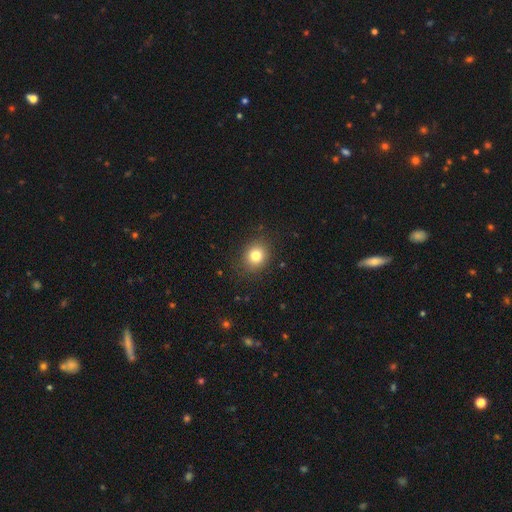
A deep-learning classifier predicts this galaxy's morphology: Smooth or featured: smooth — 80% (star or artifact — 12%)
How rounded: round — 71% (in between — 28%)
Merging: none — 87% (minor disturbance — 9%)